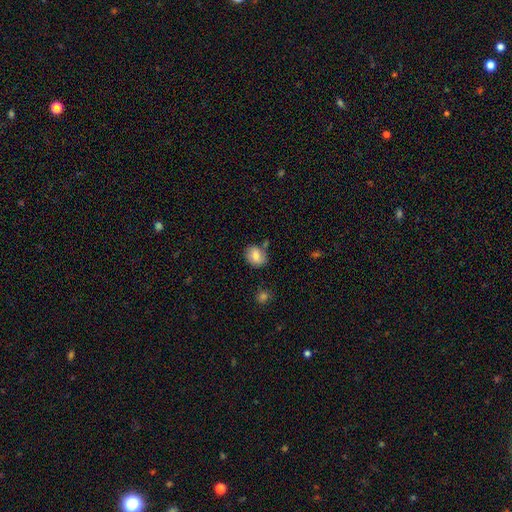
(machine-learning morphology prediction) Smooth or featured?
  - smooth: 69% *
  - featured or disk: 22%
  - star or artifact: 9%
How rounded?
  - round: 56% *
  - in between: 43%
  - cigar-shaped: 1%
Merging?
  - none: 69% *
  - minor disturbance: 19%
  - merger: 7%
  - major disturbance: 5%